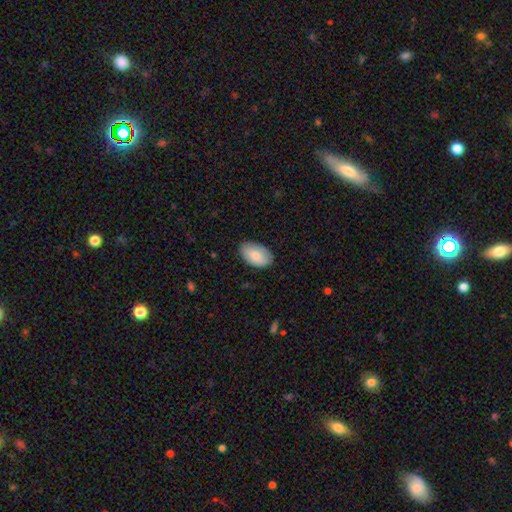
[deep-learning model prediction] Q: Smooth or featured?
A: smooth (84%); runner-up: featured or disk (10%)
Q: How rounded?
A: in between (94%); runner-up: round (5%)
Q: Merging?
A: none (83%); runner-up: minor disturbance (14%)